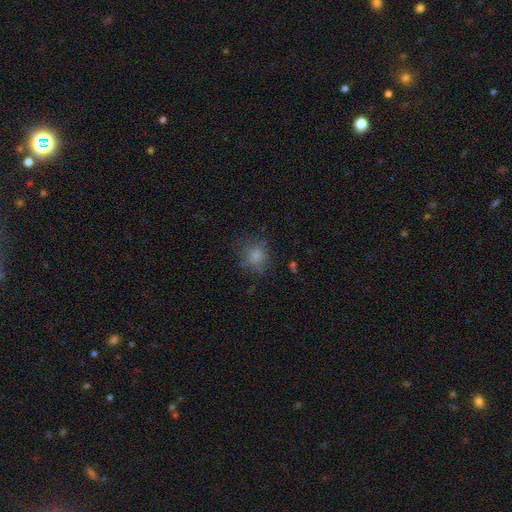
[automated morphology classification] A smooth galaxy with no disk features (75%) that is round (69%).

Vote fractions:
- Smooth or featured? smooth: 75% / star or artifact: 13% / featured or disk: 12%
- How rounded? round: 69% / in between: 30% / cigar-shaped: 1%
- Merging? none: 64% / minor disturbance: 21% / major disturbance: 13% / merger: 3%